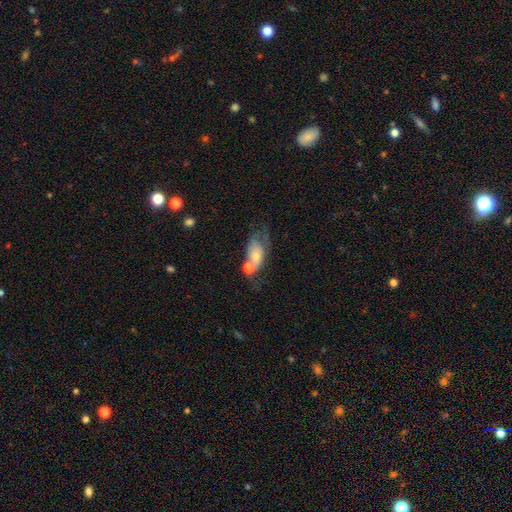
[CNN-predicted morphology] A smooth galaxy with no disk features (55%) that is in between round and cigar-shaped (81%). Merging: merger (36%).